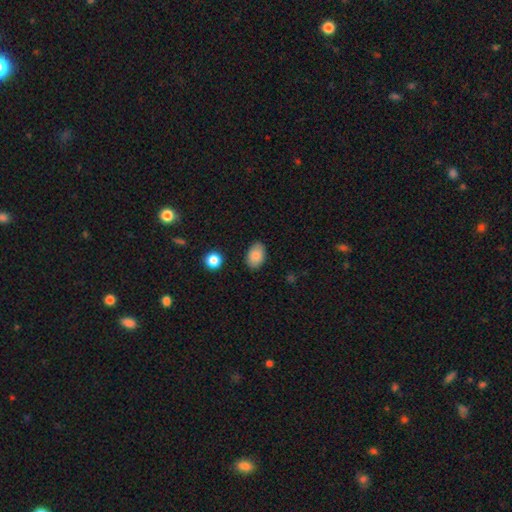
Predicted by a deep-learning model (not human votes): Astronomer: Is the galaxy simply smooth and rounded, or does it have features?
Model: smooth — 86%.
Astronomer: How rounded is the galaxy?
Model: in between — 86%.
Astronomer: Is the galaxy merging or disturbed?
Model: none — 85%.